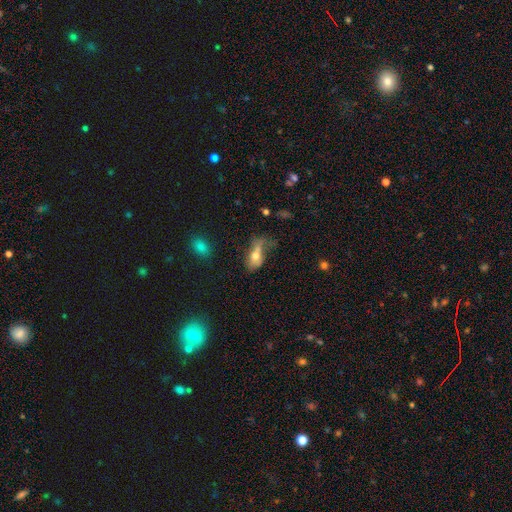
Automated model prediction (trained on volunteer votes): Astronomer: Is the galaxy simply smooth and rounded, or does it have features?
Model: smooth — 65%.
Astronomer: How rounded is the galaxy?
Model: in between — 81%.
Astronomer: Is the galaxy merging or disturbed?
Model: major disturbance — 31% (runner-up: none, 24%).